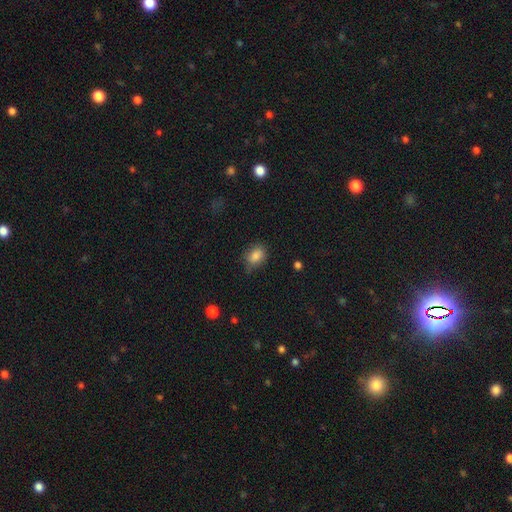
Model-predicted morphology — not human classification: This is clearly a smooth galaxy (84%). How rounded: likely in between (68%). Merging: likely none (68%).